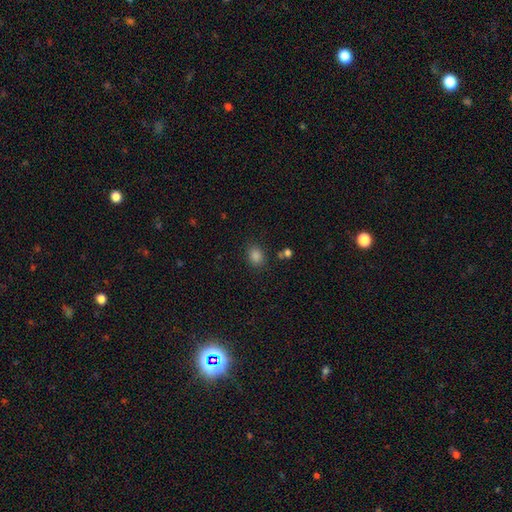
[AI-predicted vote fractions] Q: Smooth or featured?
A: smooth (81%); runner-up: star or artifact (15%)
Q: How rounded?
A: in between (54%); runner-up: round (45%)
Q: Merging?
A: none (83%); runner-up: minor disturbance (10%)